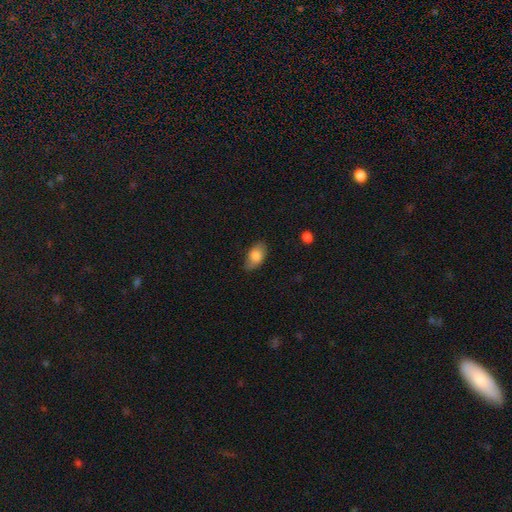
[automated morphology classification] A smooth galaxy with no disk features (81%) that is in between round and cigar-shaped (92%). Merging: none (75%).